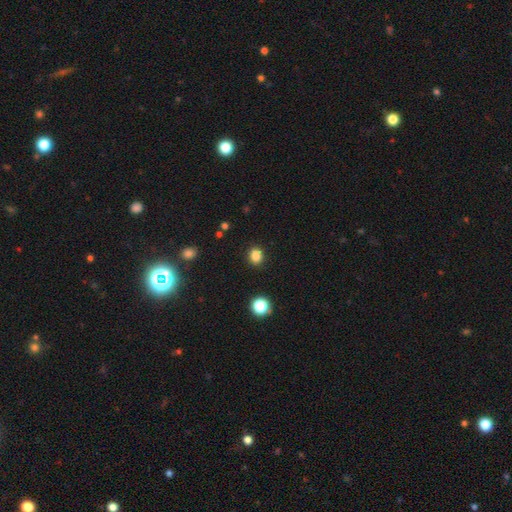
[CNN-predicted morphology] Smooth or featured: smooth — 84% (star or artifact — 12%)
How rounded: round — 69% (in between — 30%)
Merging: none — 89% (minor disturbance — 7%)